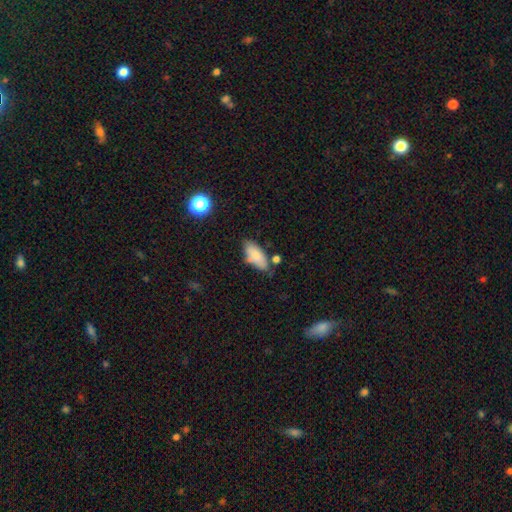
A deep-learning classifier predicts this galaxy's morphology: This appears to be a smooth galaxy with no disk features (78%) that is in between round and cigar-shaped (86%). Merging: none (65%).